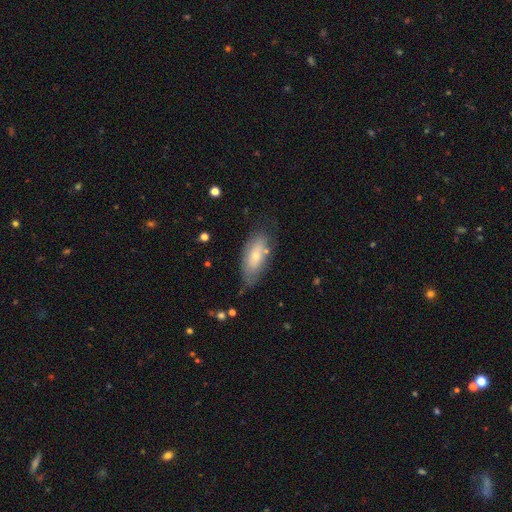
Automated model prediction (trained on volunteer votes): Morphology: type=smooth (61%); roundness=in between (84%); merging=none (66%).